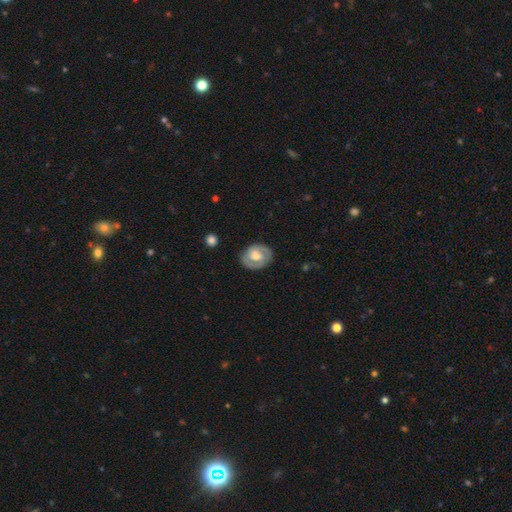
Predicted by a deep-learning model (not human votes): featured or disk 71%, smooth 23%, star or artifact 5%. Down the decision tree: edge-on disk — no (97%); bar — weak (46%); spiral arms — yes (83%); spiral arm count — 2 (81%); spiral winding — tight (52%); bulge size — moderate (51%); merging — none (80%).